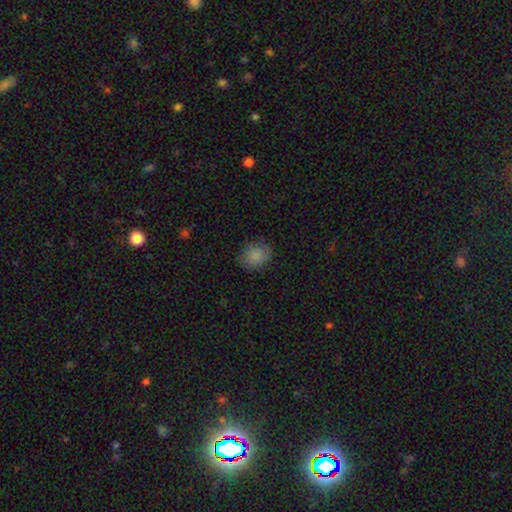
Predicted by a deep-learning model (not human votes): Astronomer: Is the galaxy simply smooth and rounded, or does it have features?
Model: smooth — 84%.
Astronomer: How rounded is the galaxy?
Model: round — 58% (runner-up: in between, 41%).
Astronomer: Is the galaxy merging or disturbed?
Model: none — 78%.